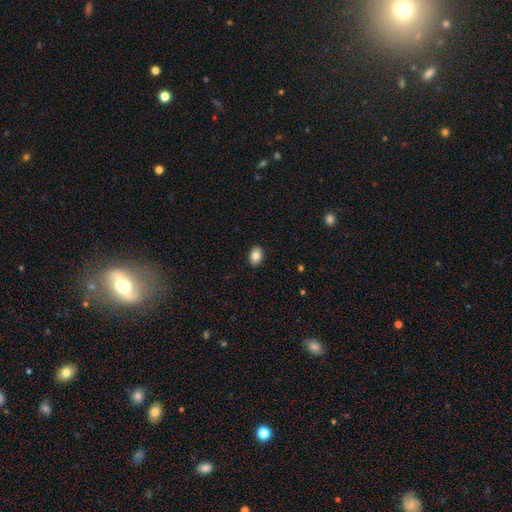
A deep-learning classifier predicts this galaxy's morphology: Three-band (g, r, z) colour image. It shows a smooth galaxy with no disk features (86%) that is in between round and cigar-shaped (82%). Merging: none (90%).